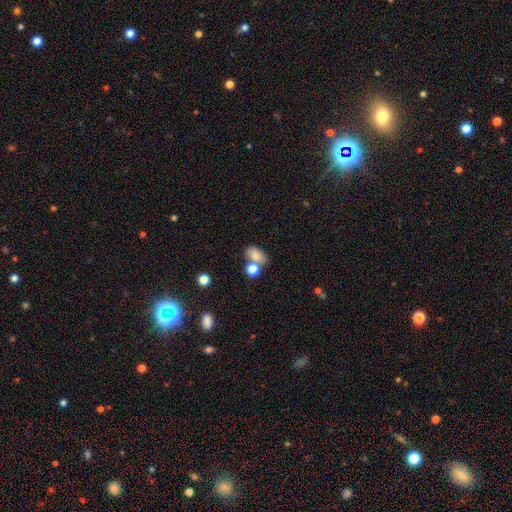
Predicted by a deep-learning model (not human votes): Smooth or featured? smooth (79%)
How rounded? in between (79%)
Merging? none (51%)